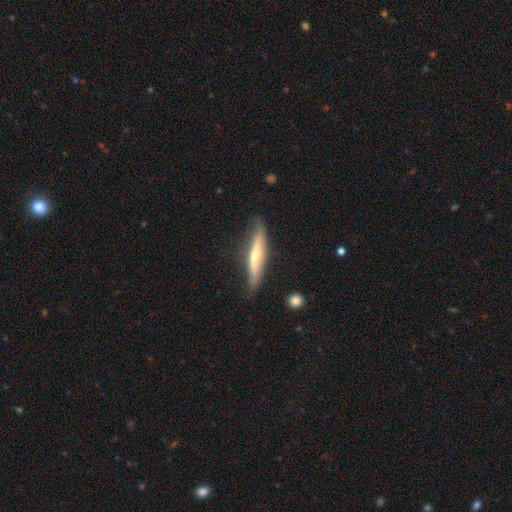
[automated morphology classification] Smooth or featured: featured or disk — 60% (smooth — 35%)
Edge-on disk: yes — 91% (no — 9%)
Edge-on bulge: rounded — 80% (none — 15%)
Merging: none — 79% (minor disturbance — 16%)